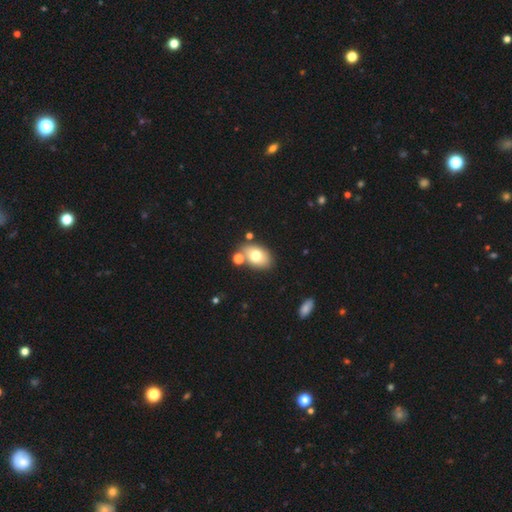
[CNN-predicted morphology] smooth_or_featured: smooth (p=0.72) [alt: featured or disk p=0.19]
how_rounded: in between (p=0.85) [alt: round p=0.14]
merging: none (p=0.68) [alt: merger p=0.16]